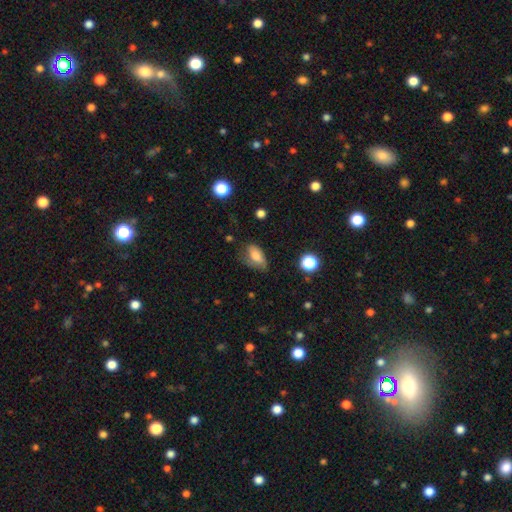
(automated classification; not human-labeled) Q: Smooth or featured?
A: smooth (72%); runner-up: featured or disk (18%)
Q: How rounded?
A: in between (87%); runner-up: round (7%)
Q: Merging?
A: none (51%); runner-up: minor disturbance (33%)